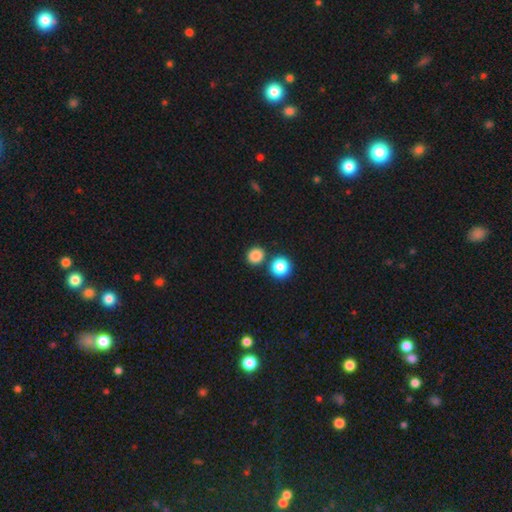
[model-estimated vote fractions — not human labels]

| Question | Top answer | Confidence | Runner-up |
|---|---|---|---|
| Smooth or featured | smooth | 84% | star or artifact (11%) |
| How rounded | round | 84% | in between (15%) |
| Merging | none | 78% | merger (12%) |